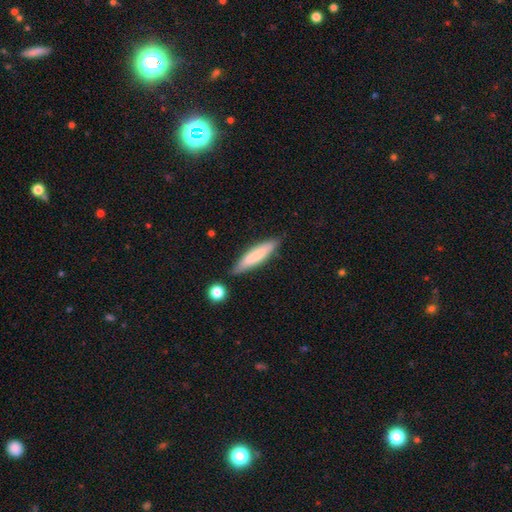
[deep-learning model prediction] This appears to be a smooth galaxy with no disk features (72%) that is cigar-shaped (83%). Merging: none (81%).